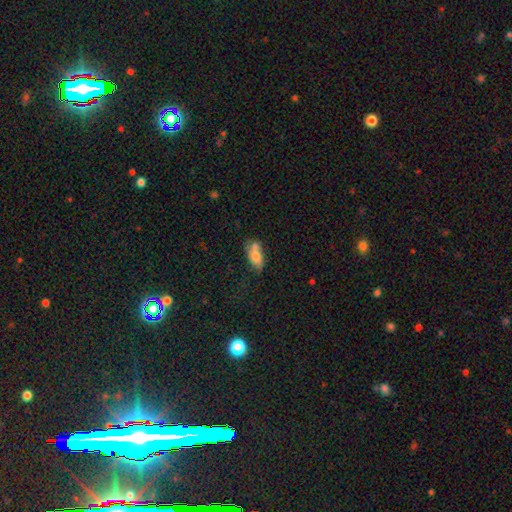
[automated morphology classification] Smooth or featured? smooth (69%)
How rounded? in between (83%)
Merging? none (40%)